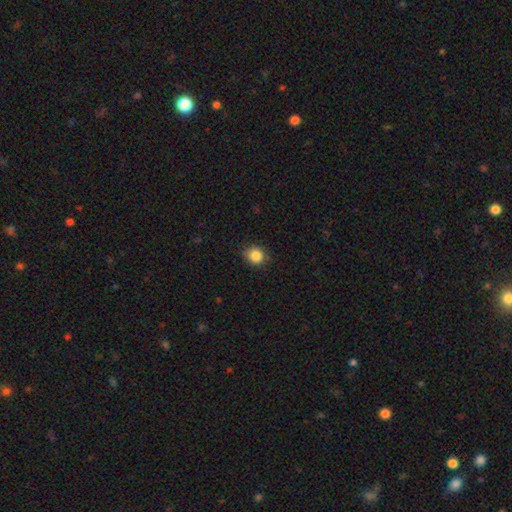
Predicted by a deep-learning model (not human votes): smooth_or_featured: smooth (p=0.86) [alt: star or artifact p=0.10]
how_rounded: round (p=0.77) [alt: in between p=0.22]
merging: none (p=0.83) [alt: minor disturbance p=0.13]